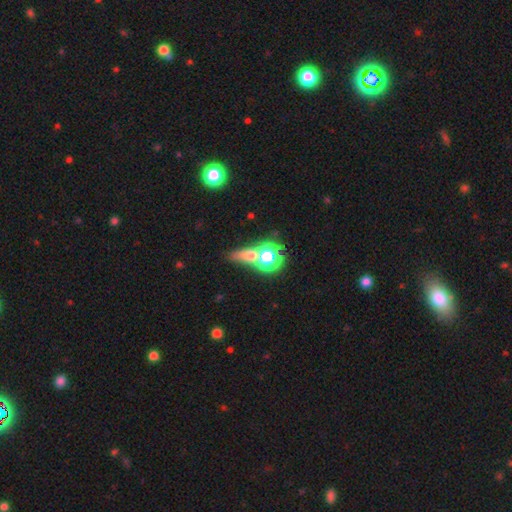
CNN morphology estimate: Smooth or featured?
  - smooth: 48% *
  - star or artifact: 35%
  - featured or disk: 17%
Merging?
  - none: 51% *
  - merger: 29%
  - minor disturbance: 11%
  - major disturbance: 8%